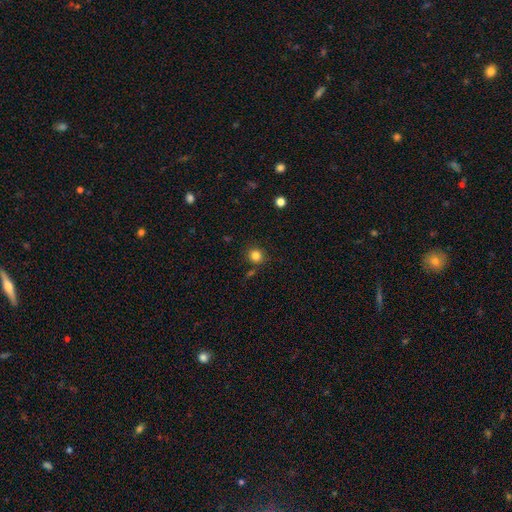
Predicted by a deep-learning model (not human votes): smooth_or_featured: smooth (p=0.82) [alt: star or artifact p=0.13]
how_rounded: round (p=0.91) [alt: in between p=0.08]
merging: none (p=0.85) [alt: minor disturbance p=0.08]